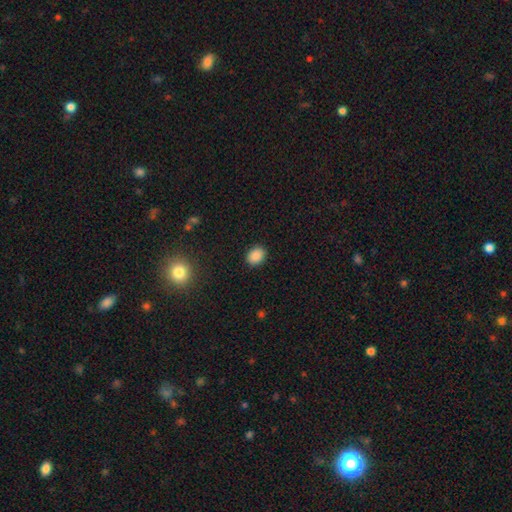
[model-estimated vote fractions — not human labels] Smooth or featured? smooth (87%)
How rounded? in between (60%)
Merging? none (89%)